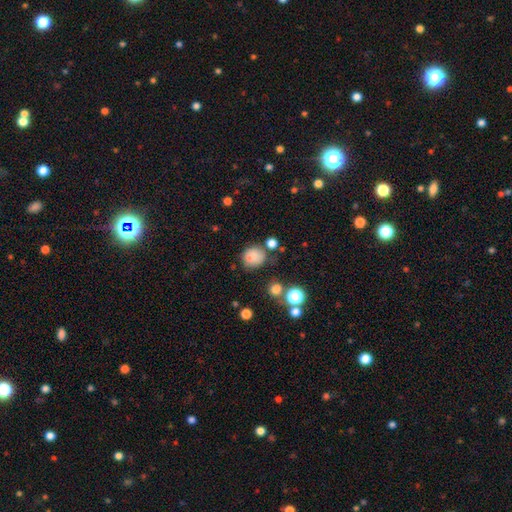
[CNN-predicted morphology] Smooth or featured: smooth — 78% (star or artifact — 14%)
How rounded: round — 82% (in between — 17%)
Merging: none — 67% (minor disturbance — 18%)